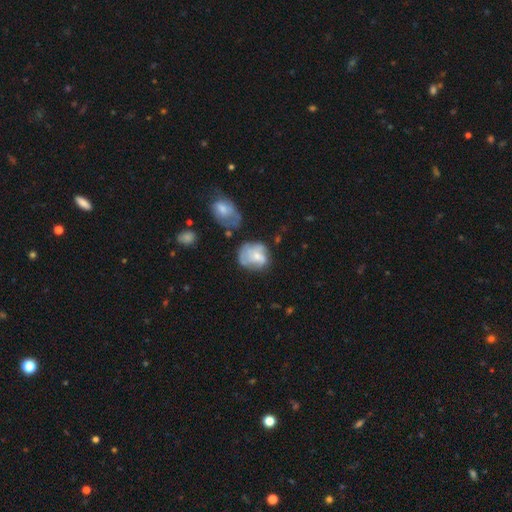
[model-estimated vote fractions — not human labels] This appears to be a featured or disk galaxy (47%). Merging: none (44%).